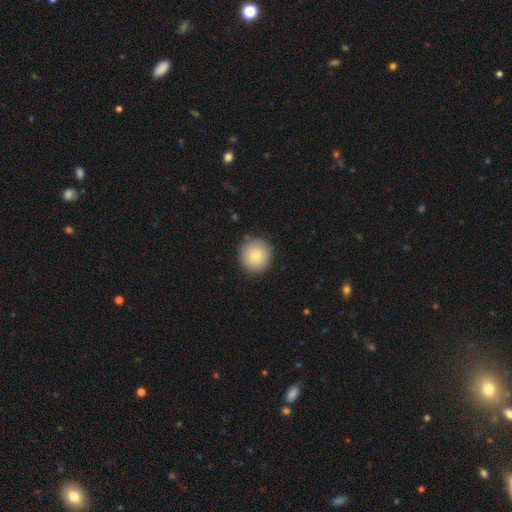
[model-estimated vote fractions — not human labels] smooth-or-featured: smooth: 77% | featured or disk: 13% | star or artifact: 10%
  how-rounded: round: 94% | in between: 5% | cigar-shaped: 1%
  merging: none: 89% | minor disturbance: 7% | major disturbance: 2% | merger: 1%